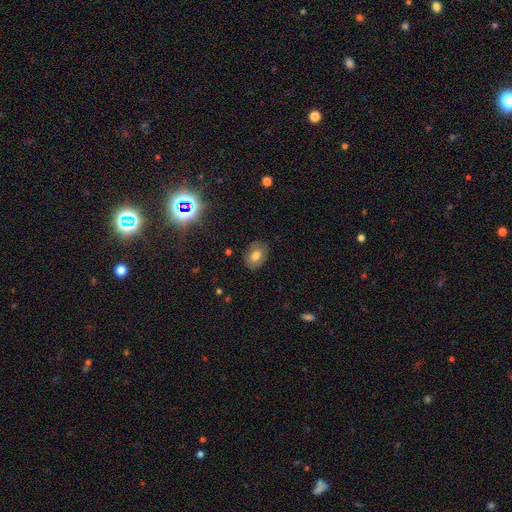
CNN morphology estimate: A smooth galaxy with no disk features (69%) that is in between round and cigar-shaped (72%). Merging: none (83%).